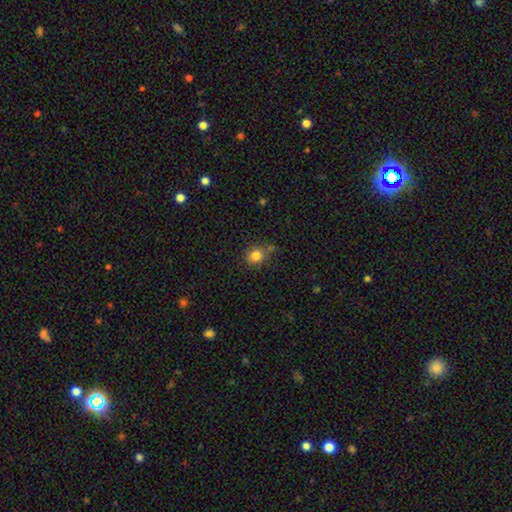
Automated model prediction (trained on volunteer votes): A smooth galaxy with no disk features (83%) that is round (69%).

Vote fractions:
- Smooth or featured? smooth: 83% / star or artifact: 11% / featured or disk: 6%
- How rounded? round: 69% / in between: 30% / cigar-shaped: 1%
- Merging? none: 70% / minor disturbance: 19% / merger: 7% / major disturbance: 5%